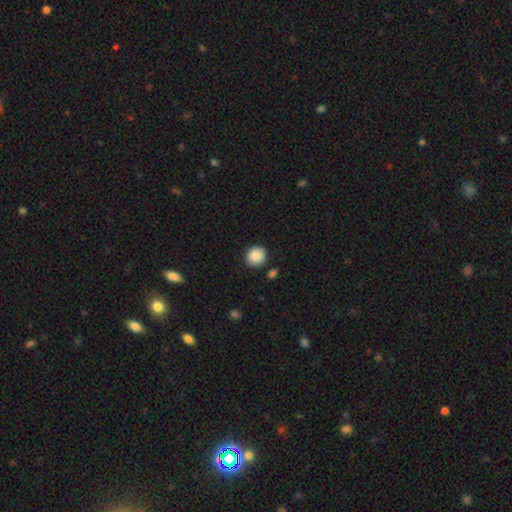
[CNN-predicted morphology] type=smooth (88%); roundness=round (88%); merging=none (87%).